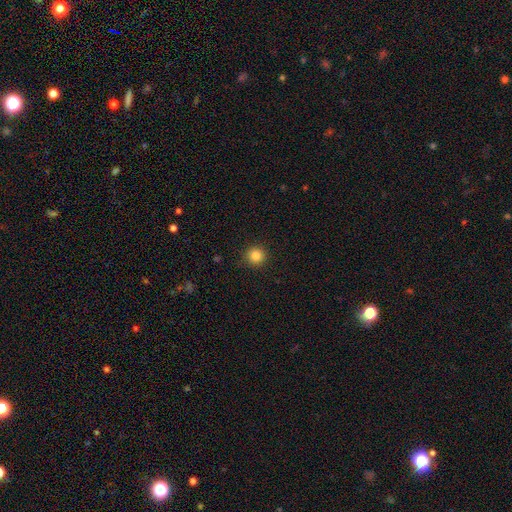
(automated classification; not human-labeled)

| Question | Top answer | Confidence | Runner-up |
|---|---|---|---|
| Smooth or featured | smooth | 84% | star or artifact (11%) |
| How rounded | round | 94% | in between (5%) |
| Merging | none | 90% | minor disturbance (7%) |